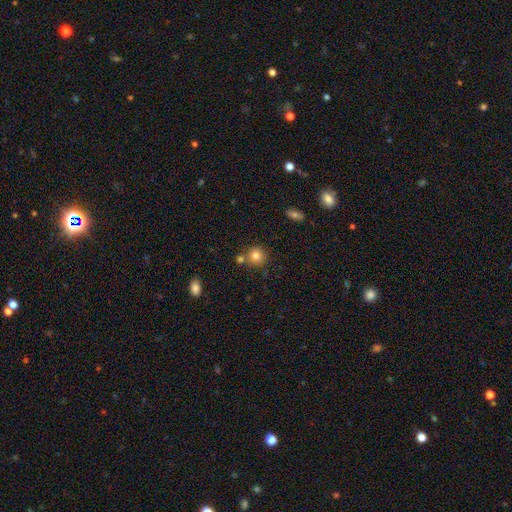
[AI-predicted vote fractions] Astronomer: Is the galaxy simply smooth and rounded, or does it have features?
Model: smooth — 82%.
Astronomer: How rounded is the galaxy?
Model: round — 90%.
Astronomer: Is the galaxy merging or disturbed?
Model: none — 71%.